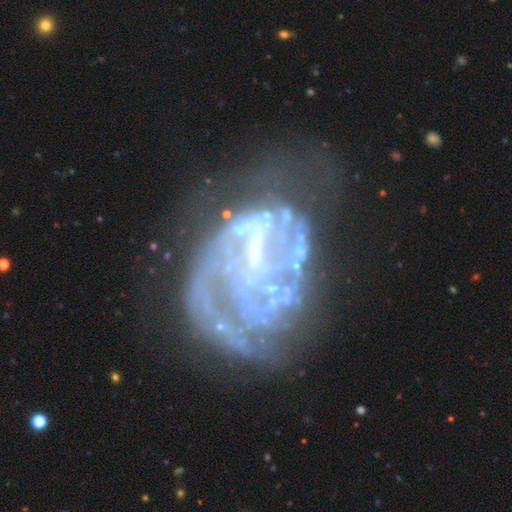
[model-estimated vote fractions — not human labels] Overall: featured or disk (81%). Edge-on disk: no (98%). Bar: no (49%; weak 34%). Spiral arms: yes (64%; no 36%). Spiral arm count: can't tell (46%; 2 19%). Spiral winding: tight (45%; medium 33%). Bulge size: none (55%; small 28%). Merging: major disturbance (38%; none 36%).